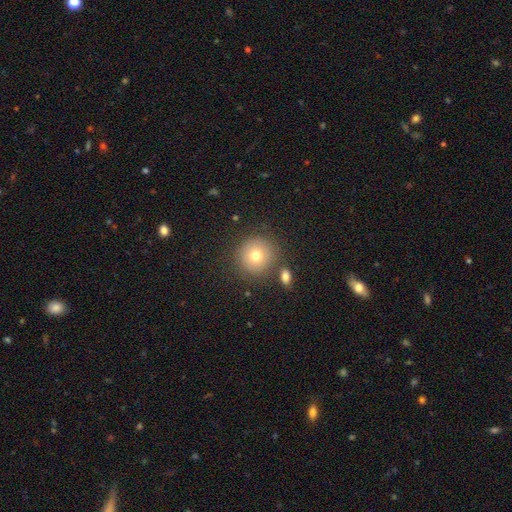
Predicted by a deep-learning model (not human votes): This appears to be a smooth galaxy with no disk features (73%) that is round (93%). Merging: none (80%).